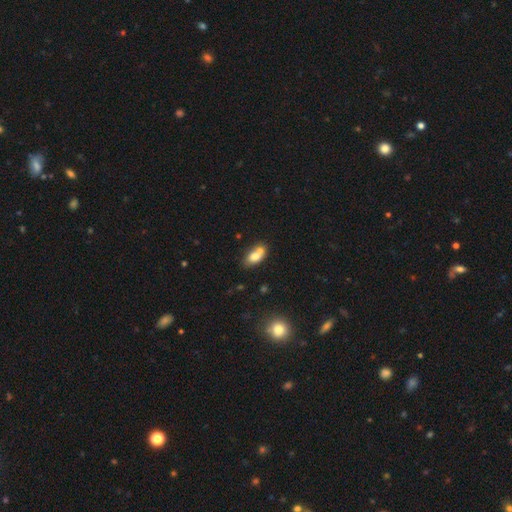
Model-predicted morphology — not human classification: This appears to be a smooth galaxy with no disk features (71%) that is in between round and cigar-shaped (82%). Merging: merger (50%).